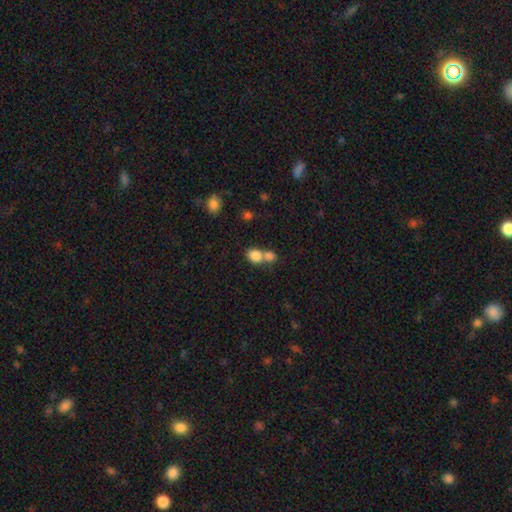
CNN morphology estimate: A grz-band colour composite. It shows a smooth galaxy with no disk features (82%) that is round (52%). Merging: merger (59%).